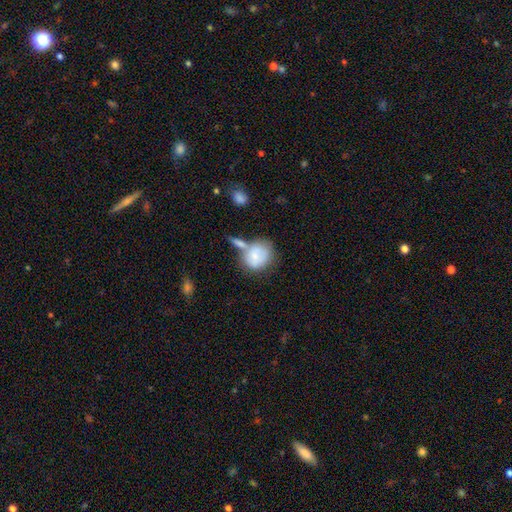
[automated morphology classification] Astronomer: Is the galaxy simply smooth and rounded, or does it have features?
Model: smooth — 73%.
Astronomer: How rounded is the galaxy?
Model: round — 62%.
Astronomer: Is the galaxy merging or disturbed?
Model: merger — 38% (runner-up: none, 34%).